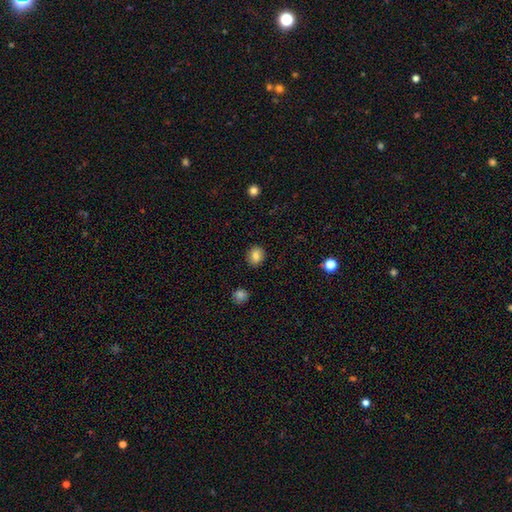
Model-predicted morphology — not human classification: Smooth or featured: smooth — 82% (star or artifact — 9%)
How rounded: round — 73% (in between — 26%)
Merging: none — 90% (minor disturbance — 7%)